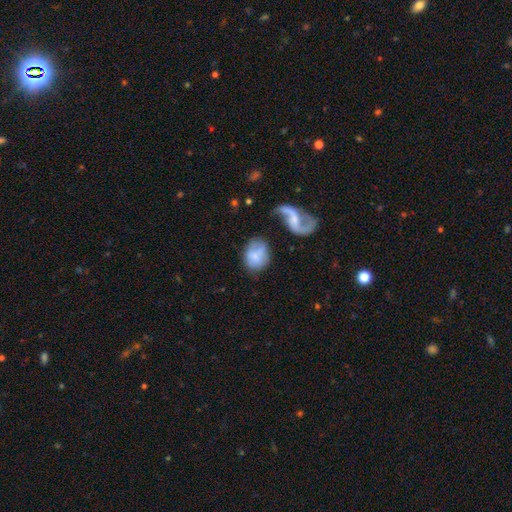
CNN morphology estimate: Smooth or featured?
  - smooth: 58% *
  - featured or disk: 34%
  - star or artifact: 8%
How rounded?
  - in between: 60% *
  - round: 38%
  - cigar-shaped: 1%
Merging?
  - none: 45% *
  - minor disturbance: 26%
  - major disturbance: 16%
  - merger: 14%